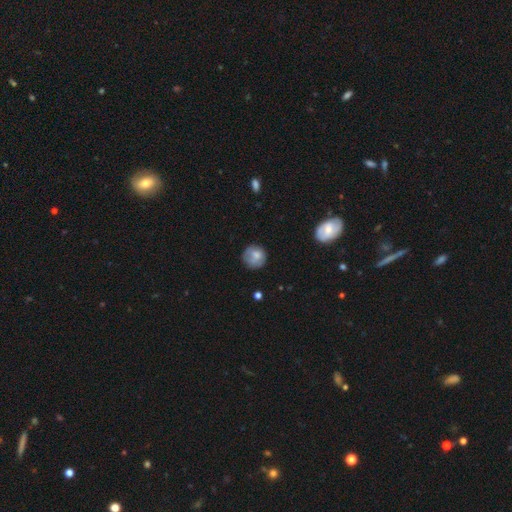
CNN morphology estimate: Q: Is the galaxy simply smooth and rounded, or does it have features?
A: smooth — 72%.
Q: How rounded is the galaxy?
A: round — 89%.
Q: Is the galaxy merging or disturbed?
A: none — 70%.